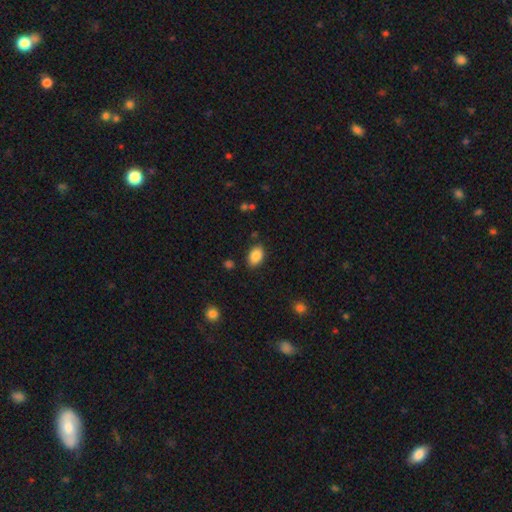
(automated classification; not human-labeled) A smooth galaxy with no disk features (88%) that is in between round and cigar-shaped (88%).

Vote fractions:
- Smooth or featured? smooth: 88% / star or artifact: 8% / featured or disk: 4%
- How rounded? in between: 88% / round: 11% / cigar-shaped: 1%
- Merging? none: 84% / minor disturbance: 11% / major disturbance: 3% / merger: 2%